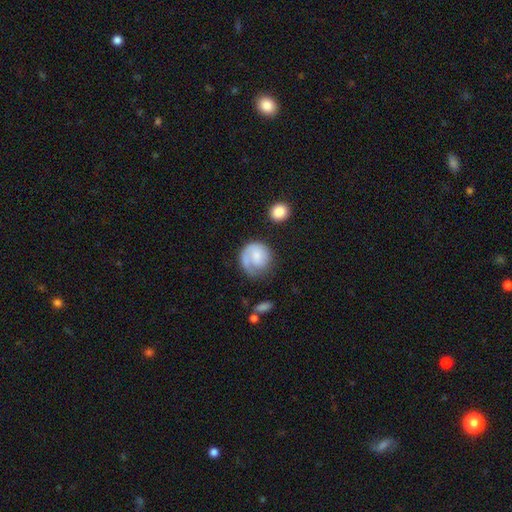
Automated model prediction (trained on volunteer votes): Smooth or featured? Predicted: smooth (p=0.48). Merging? Predicted: none (p=0.54).